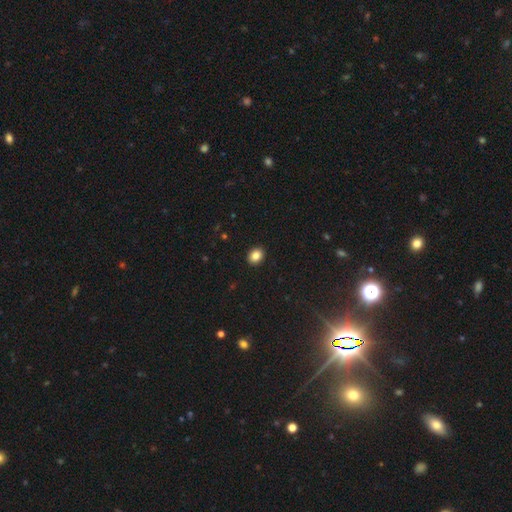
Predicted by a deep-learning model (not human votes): A smooth galaxy with no disk features (86%) that is in between round and cigar-shaped (56%). Merging: none (92%).